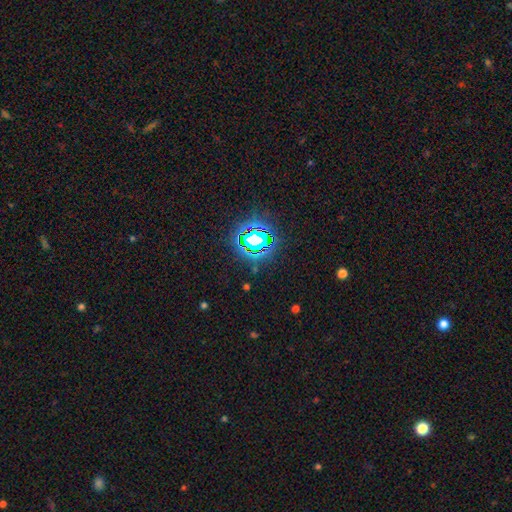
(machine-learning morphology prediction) Smooth or featured? star or artifact (83%)